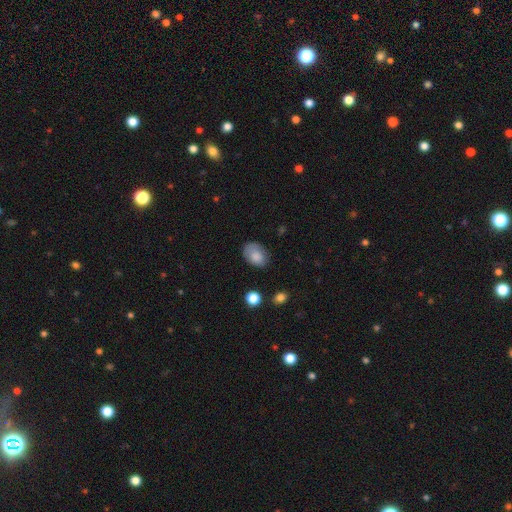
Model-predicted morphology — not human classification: smooth 80%, featured or disk 12%, star or artifact 8%. Down the decision tree: how rounded — in between (83%); merging — none (64%).